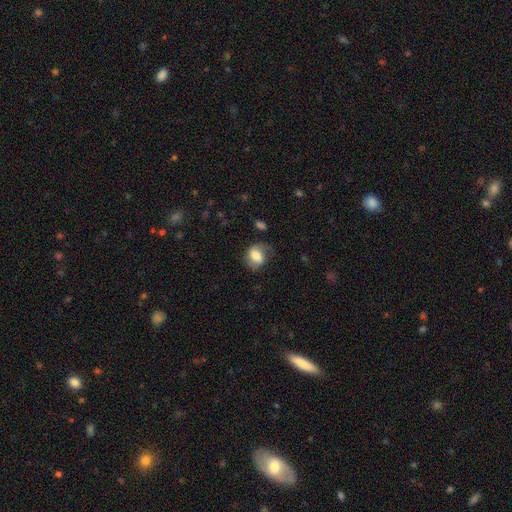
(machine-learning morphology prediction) This appears to be a smooth galaxy with no disk features (60%) that is in between round and cigar-shaped (57%). Merging: none (53%).